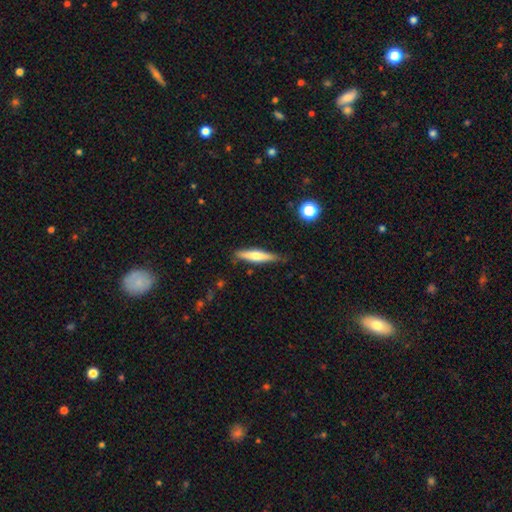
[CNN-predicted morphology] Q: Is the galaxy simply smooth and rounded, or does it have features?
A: smooth — 54%.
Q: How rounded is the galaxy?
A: cigar-shaped — 85%.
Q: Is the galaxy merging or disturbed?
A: none — 82%.